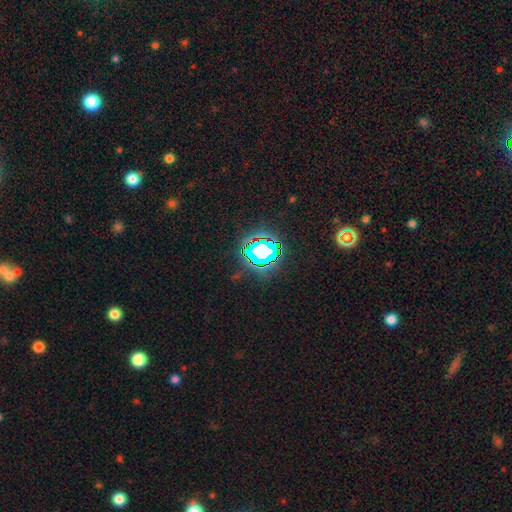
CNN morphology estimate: star or artifact 80%, smooth 13%, featured or disk 7%.